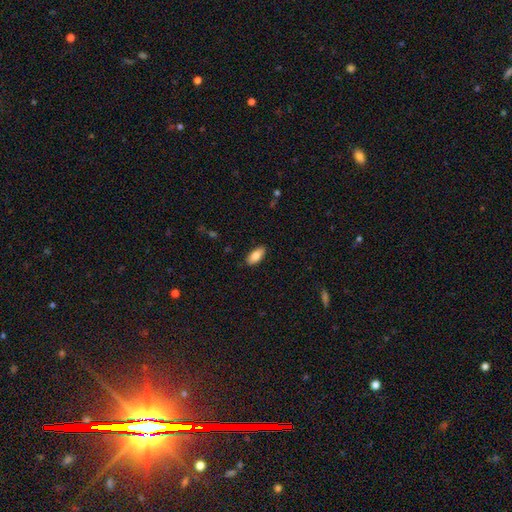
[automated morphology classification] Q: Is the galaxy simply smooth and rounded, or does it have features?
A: smooth — 83%.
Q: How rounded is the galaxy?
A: in between — 88%.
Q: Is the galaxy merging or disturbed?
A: none — 88%.